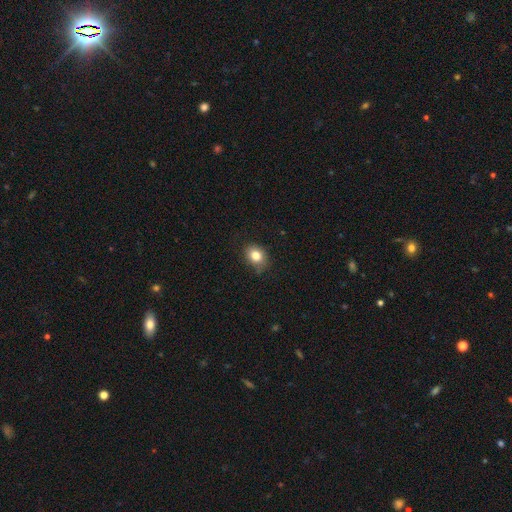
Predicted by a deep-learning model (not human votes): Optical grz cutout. It shows a smooth galaxy with no disk features (82%) that is in between round and cigar-shaped (56%). Merging: none (79%).